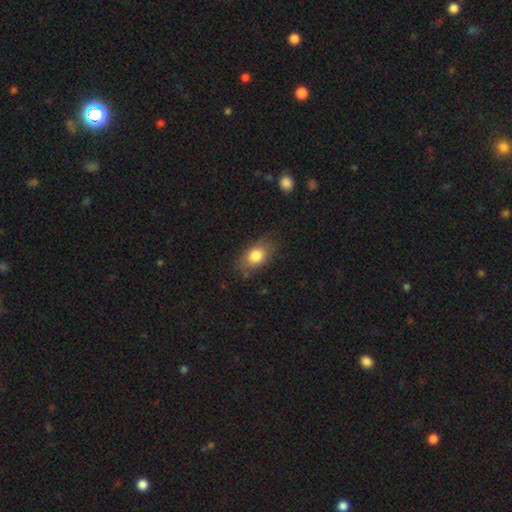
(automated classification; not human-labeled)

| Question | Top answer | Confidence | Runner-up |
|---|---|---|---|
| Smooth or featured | smooth | 81% | featured or disk (11%) |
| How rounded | in between | 81% | round (17%) |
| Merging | none | 76% | minor disturbance (17%) |